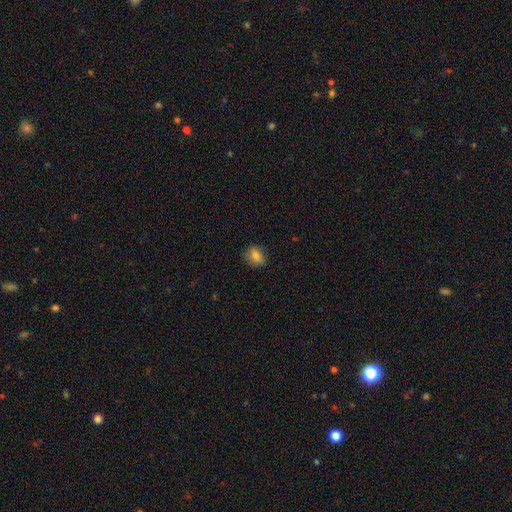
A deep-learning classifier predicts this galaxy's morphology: The model was most divided on "how rounded": round: 50%, in between: 49%, cigar-shaped: 2%. More confident: merging — none (81%); smooth or featured — smooth (79%).